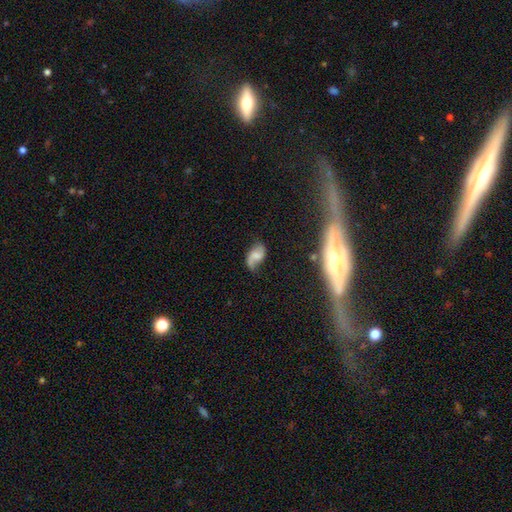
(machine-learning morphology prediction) A featured or disk galaxy (54%) with no bar (52%), spiral arms (89%) and no central bulge (34%).

Vote fractions:
- Smooth or featured? featured or disk: 54% / smooth: 36% / star or artifact: 10%
- Edge-on disk? no: 96% / yes: 4%
- Bar? no: 52% / weak: 38% / strong: 10%
- Spiral arms? yes: 89% / no: 11%
- Bulge size? none: 34% / small: 31% / moderate: 27% / large: 6% / dominant: 2%
- Merging? none: 56% / minor disturbance: 28% / major disturbance: 13% / merger: 3%